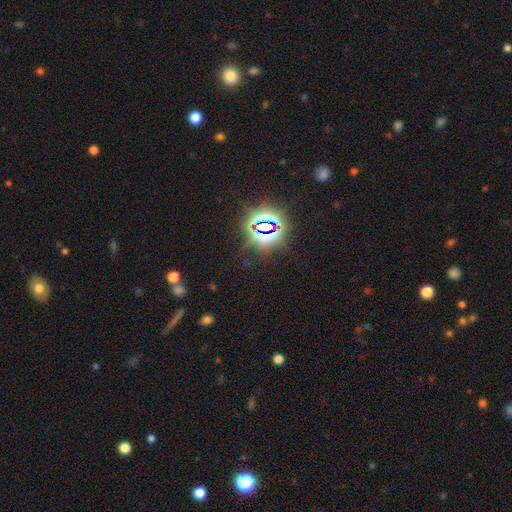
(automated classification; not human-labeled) Smooth or featured?
  - star or artifact: 79% *
  - smooth: 13%
  - featured or disk: 8%